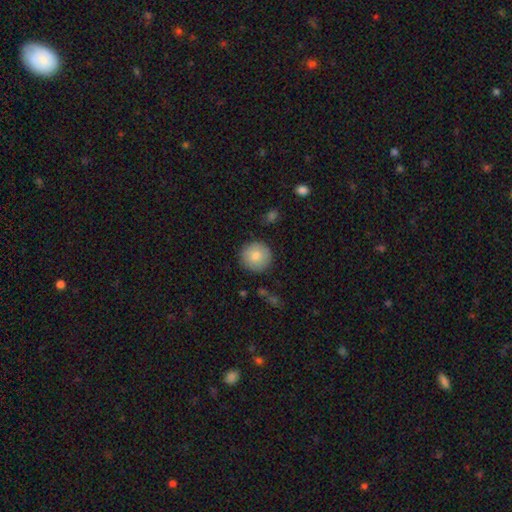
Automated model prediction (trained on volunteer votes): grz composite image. It shows a smooth galaxy with no disk features (82%) that is round (94%). Merging: none (88%).